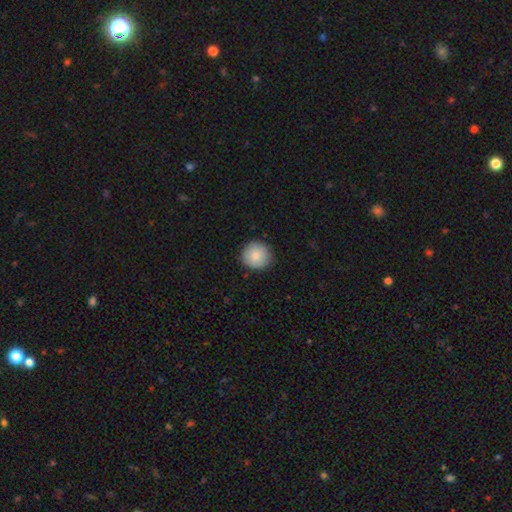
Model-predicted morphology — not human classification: Overall: smooth (85%). How rounded: round (93%). Merging: none (88%).